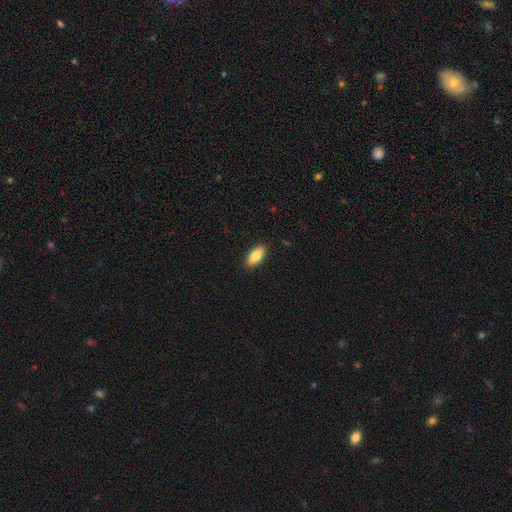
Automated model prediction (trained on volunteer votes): Smooth or featured? smooth (82%)
How rounded? in between (87%)
Merging? none (89%)